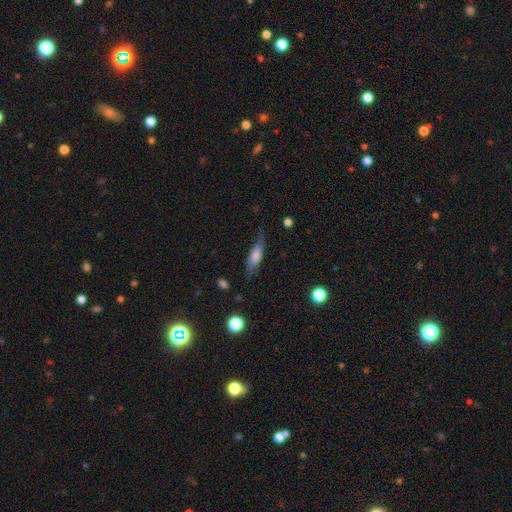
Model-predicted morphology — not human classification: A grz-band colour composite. It shows a smooth galaxy with no disk features (58%) that is in between round and cigar-shaped (51%). Merging: none (59%).